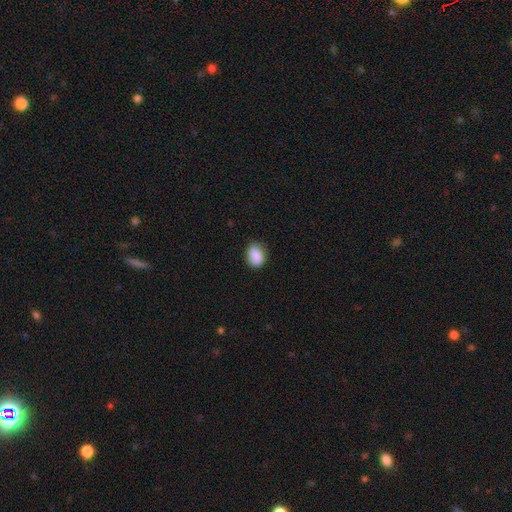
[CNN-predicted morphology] Smooth or featured? smooth (86%)
How rounded? in between (61%)
Merging? none (79%)